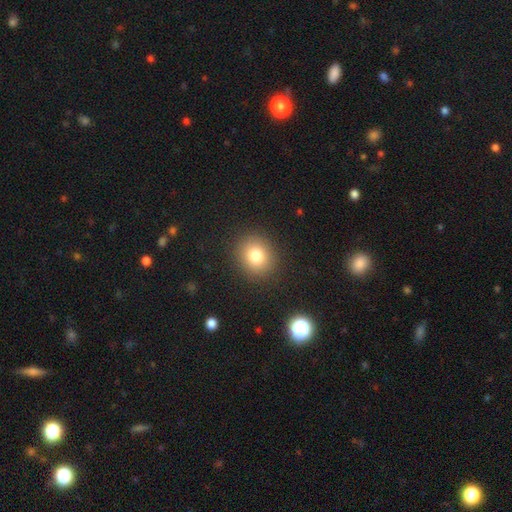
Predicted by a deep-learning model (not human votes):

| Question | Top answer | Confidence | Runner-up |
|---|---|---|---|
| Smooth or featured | smooth | 79% | star or artifact (12%) |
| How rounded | round | 80% | in between (19%) |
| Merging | none | 90% | minor disturbance (6%) |